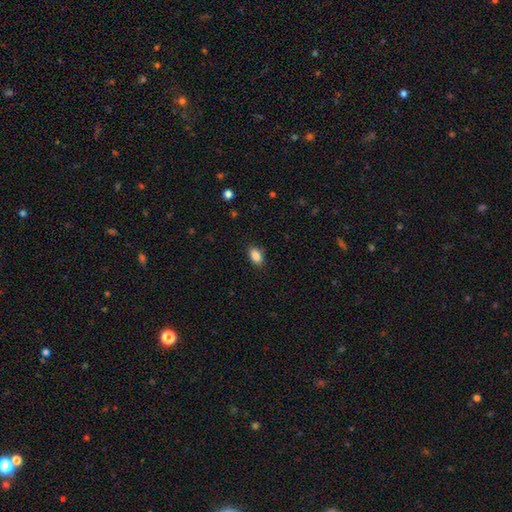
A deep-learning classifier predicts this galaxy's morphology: Q: Smooth or featured?
A: smooth (88%); runner-up: star or artifact (8%)
Q: How rounded?
A: in between (90%); runner-up: round (8%)
Q: Merging?
A: none (86%); runner-up: minor disturbance (10%)